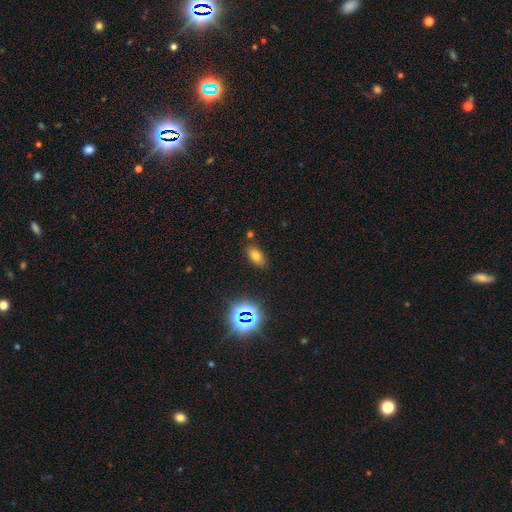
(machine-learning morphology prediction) The model was most divided on "smooth or featured": smooth: 70%, star or artifact: 19%, featured or disk: 11%. More confident: how rounded — in between (87%); merging — none (83%).